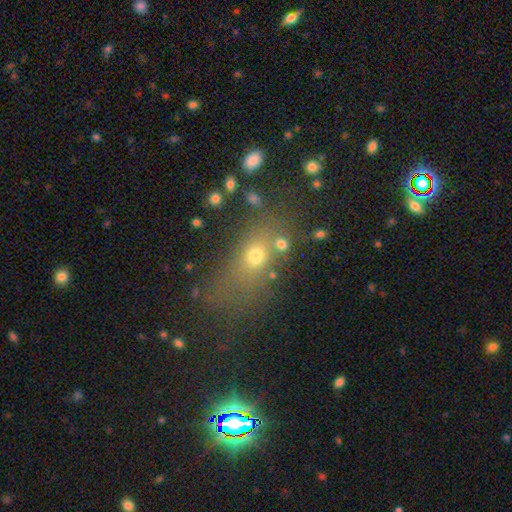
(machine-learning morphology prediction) This appears to be a smooth galaxy with no disk features (61%) that is in between round and cigar-shaped (58%). Merging: none (60%).